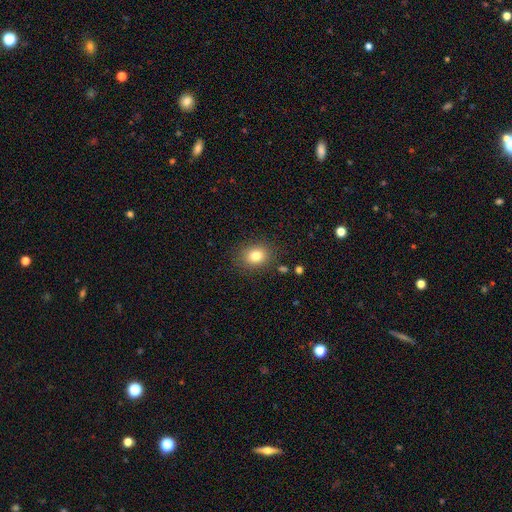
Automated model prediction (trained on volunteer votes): Morphology: type=smooth (81%); roundness=round (58%); merging=none (85%).